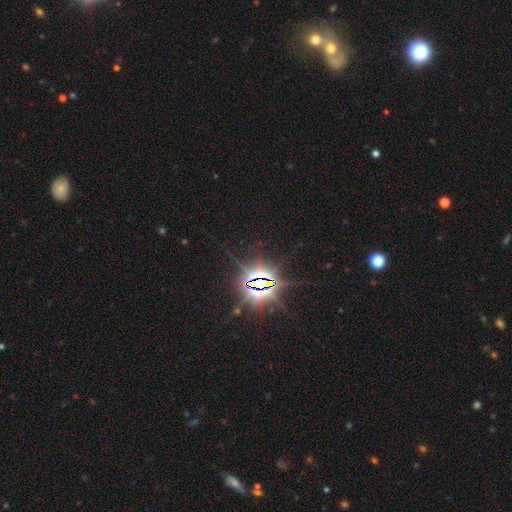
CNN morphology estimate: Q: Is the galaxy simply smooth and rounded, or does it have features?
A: star or artifact — 86%.